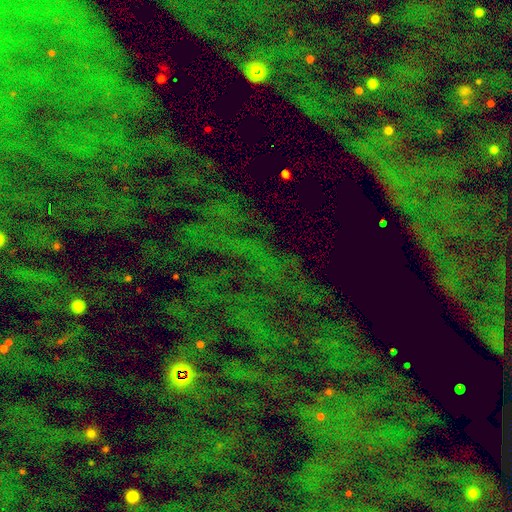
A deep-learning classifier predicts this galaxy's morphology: star or artifact 77%, smooth 14%, featured or disk 9%.